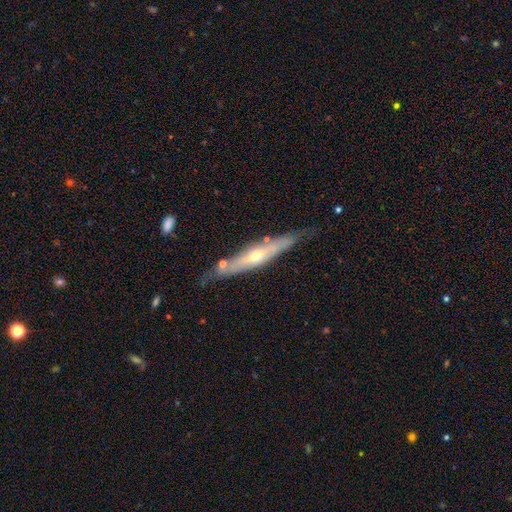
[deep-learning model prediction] Smooth or featured? Predicted: featured or disk (p=0.66). Edge-on disk? Predicted: yes (p=0.79). Edge-on bulge? Predicted: rounded (p=0.78). Merging? Predicted: none (p=0.75).